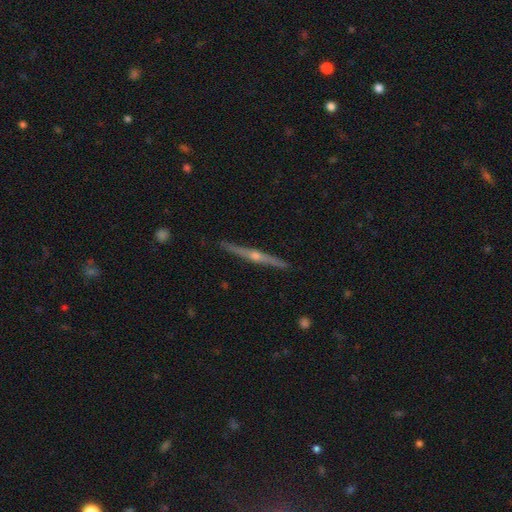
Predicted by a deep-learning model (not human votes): A featured or disk galaxy (83%) viewed edge-on (98%) with a rounded central bulge (91%). Merging: none (91%).